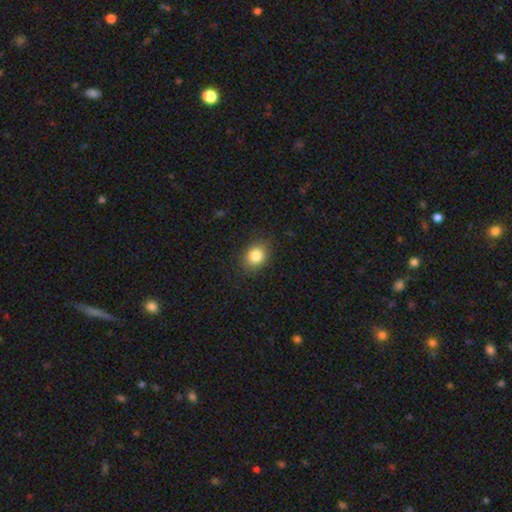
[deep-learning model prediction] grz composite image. It shows a smooth galaxy with no disk features (84%) that is round (53%). Merging: none (86%).